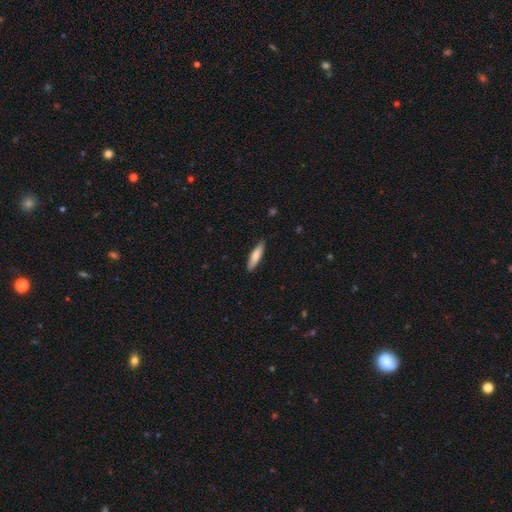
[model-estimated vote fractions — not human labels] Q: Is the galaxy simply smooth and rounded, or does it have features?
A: smooth — 75%.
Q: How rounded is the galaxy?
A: cigar-shaped — 74%.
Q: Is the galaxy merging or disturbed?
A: none — 87%.